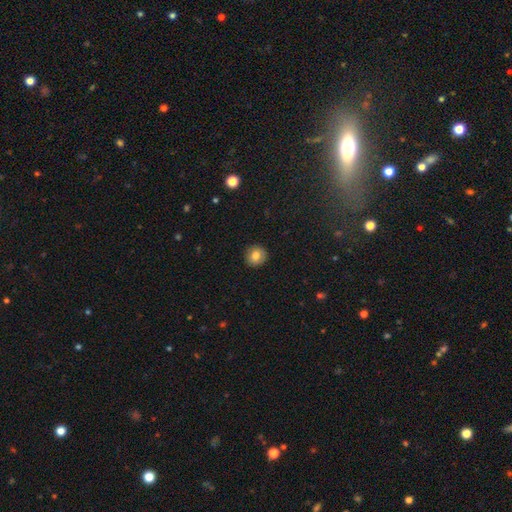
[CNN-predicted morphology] type=smooth (79%); roundness=round (91%); merging=none (91%).